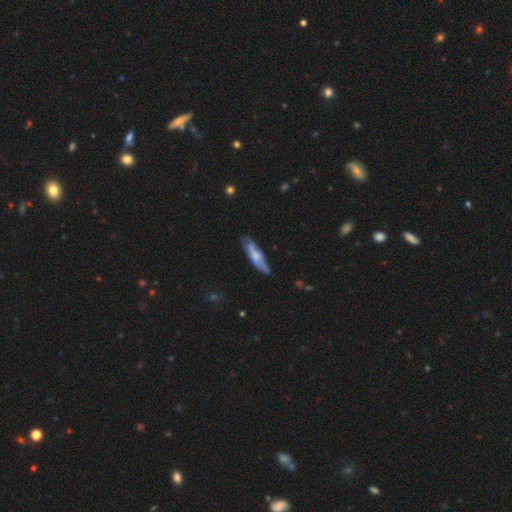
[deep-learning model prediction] Smooth or featured? smooth (57%)
How rounded? cigar-shaped (72%)
Merging? none (67%)